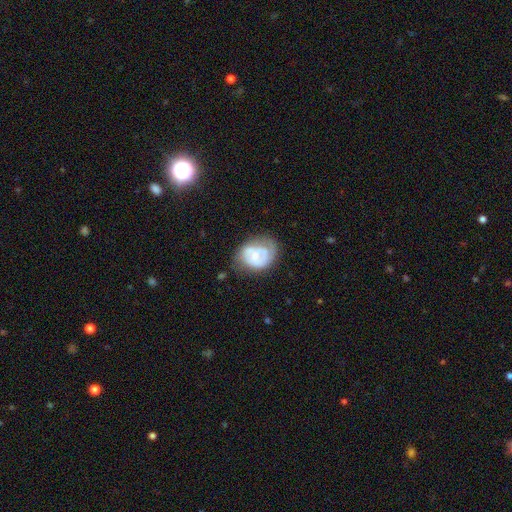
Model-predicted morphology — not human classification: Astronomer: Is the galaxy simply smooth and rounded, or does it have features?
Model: featured or disk — 59% (runner-up: smooth, 34%).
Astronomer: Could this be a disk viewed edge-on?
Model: no — 97%.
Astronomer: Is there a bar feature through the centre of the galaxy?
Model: no — 70%.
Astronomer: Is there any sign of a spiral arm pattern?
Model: yes — 58% (runner-up: no, 42%).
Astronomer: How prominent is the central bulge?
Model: small — 54% (runner-up: moderate, 38%).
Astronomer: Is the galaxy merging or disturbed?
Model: none — 48% (runner-up: minor disturbance, 31%).